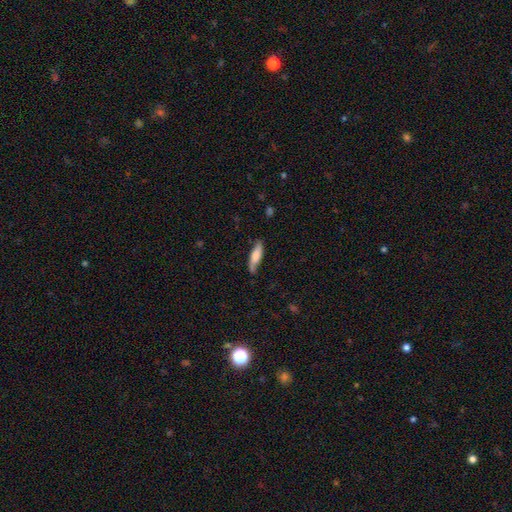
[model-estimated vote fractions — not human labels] A smooth galaxy with no disk features (67%) that is cigar-shaped (64%).

Vote fractions:
- Smooth or featured? smooth: 67% / featured or disk: 27% / star or artifact: 6%
- How rounded? cigar-shaped: 64% / in between: 34% / round: 2%
- Merging? none: 72% / minor disturbance: 21% / major disturbance: 4% / merger: 2%